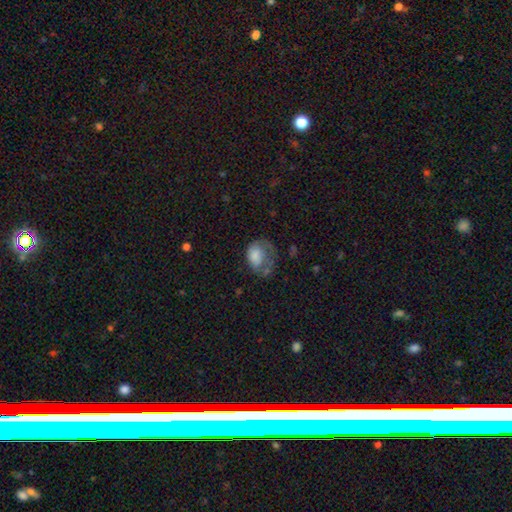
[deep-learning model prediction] A smooth galaxy with no disk features (57%) that is in between round and cigar-shaped (65%). Merging: major disturbance (49%).